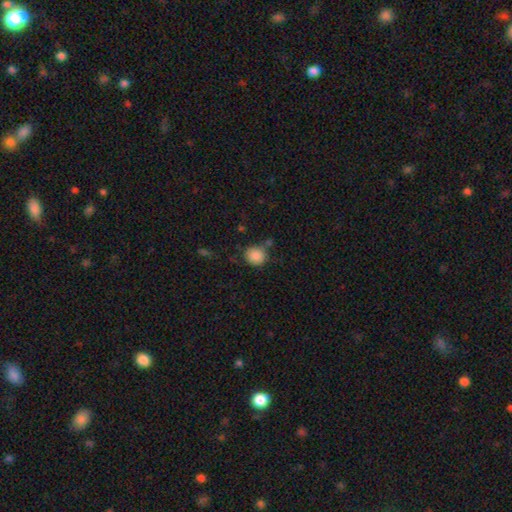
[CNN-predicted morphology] smooth 88%, star or artifact 9%, featured or disk 4%. Down the decision tree: how rounded — round (86%); merging — none (75%).